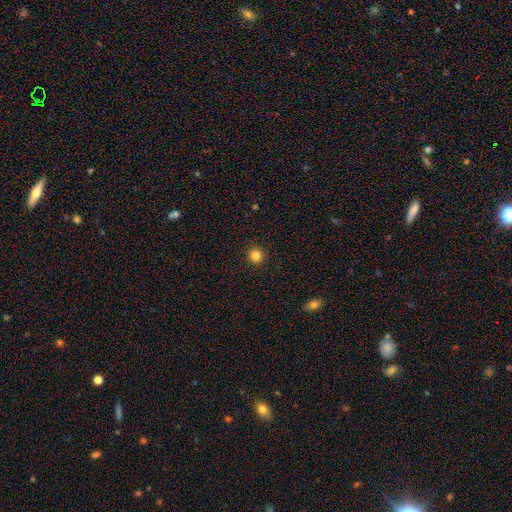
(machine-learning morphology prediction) smooth_or_featured: smooth (p=0.83) [alt: star or artifact p=0.12]
how_rounded: round (p=0.94) [alt: in between p=0.05]
merging: none (p=0.92) [alt: minor disturbance p=0.05]